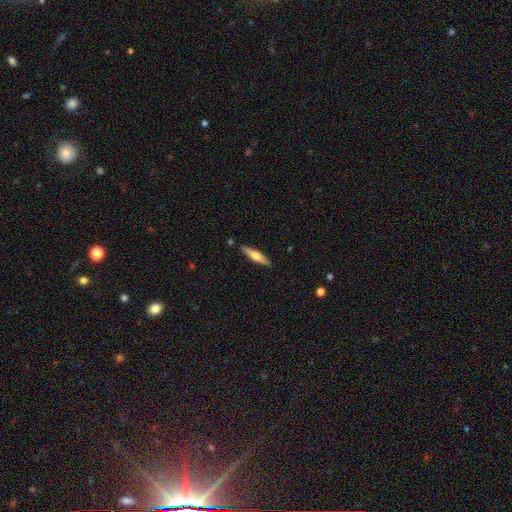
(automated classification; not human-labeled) Smooth or featured? smooth (53%)
How rounded? cigar-shaped (76%)
Merging? none (87%)